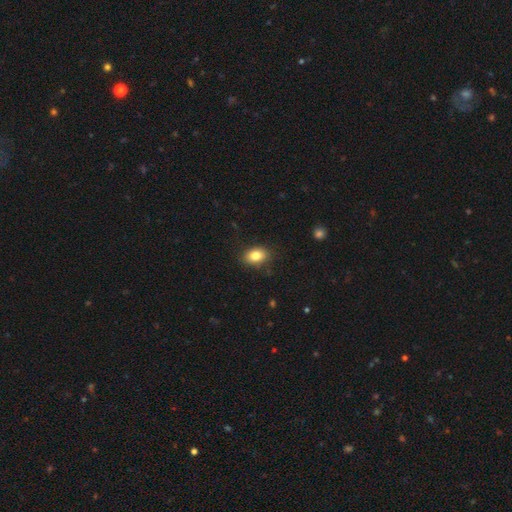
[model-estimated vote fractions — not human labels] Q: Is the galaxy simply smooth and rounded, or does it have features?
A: smooth — 83%.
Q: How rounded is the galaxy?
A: in between — 79%.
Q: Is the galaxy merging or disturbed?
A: none — 86%.